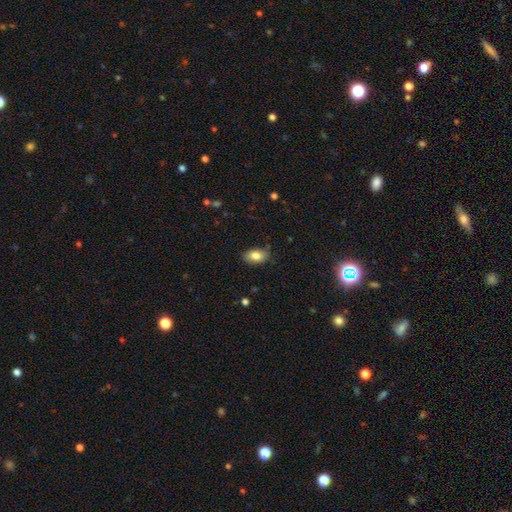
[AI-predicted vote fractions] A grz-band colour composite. It shows a smooth galaxy with no disk features (83%) that is in between round and cigar-shaped (91%). Merging: none (82%).